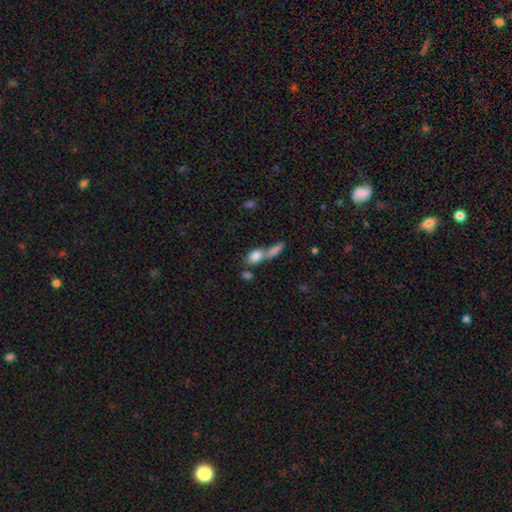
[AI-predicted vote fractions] The model was most divided on "merging": merger: 51%, none: 35%, minor disturbance: 9%, major disturbance: 5%. More confident: smooth or featured — smooth (79%); how rounded — in between (70%).